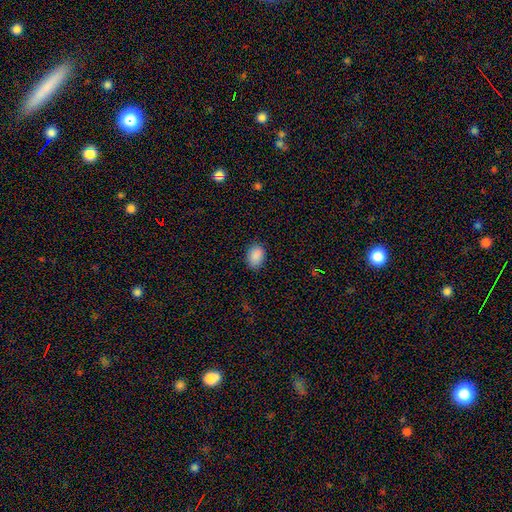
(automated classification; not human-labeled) A smooth galaxy with no disk features (89%) that is in between round and cigar-shaped (76%).

Vote fractions:
- Smooth or featured? smooth: 89% / star or artifact: 8% / featured or disk: 3%
- How rounded? in between: 76% / round: 23% / cigar-shaped: 1%
- Merging? none: 85% / minor disturbance: 12% / major disturbance: 3% / merger: 1%